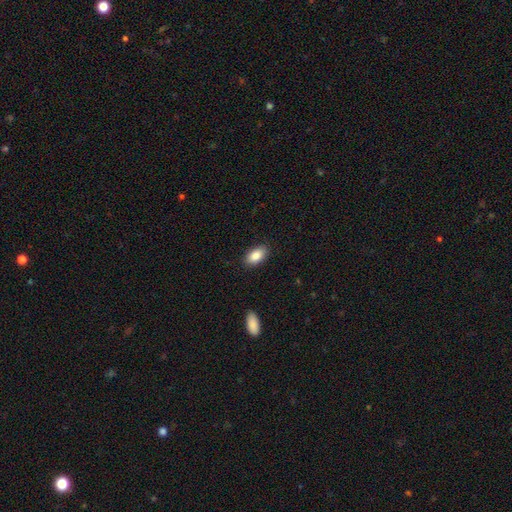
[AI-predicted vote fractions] The model was most divided on "merging": none: 88%, minor disturbance: 9%, major disturbance: 2%, merger: 1%. More confident: how rounded — in between (93%); smooth or featured — smooth (86%).